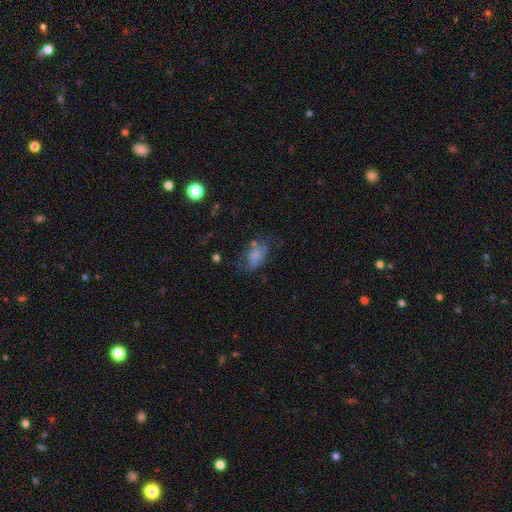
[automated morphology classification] smooth 62%, featured or disk 25%, star or artifact 13%. Down the decision tree: how rounded — in between (86%); merging — none (40%).